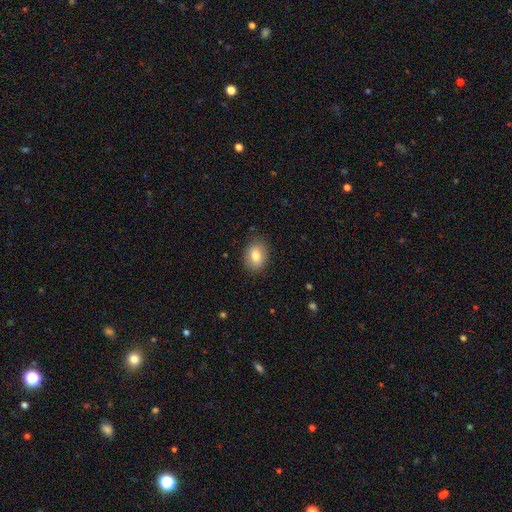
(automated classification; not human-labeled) smooth-or-featured: smooth: 80% | featured or disk: 11% | star or artifact: 8%
  how-rounded: in between: 67% | round: 32% | cigar-shaped: 1%
  merging: none: 85% | minor disturbance: 11% | major disturbance: 3% | merger: 1%